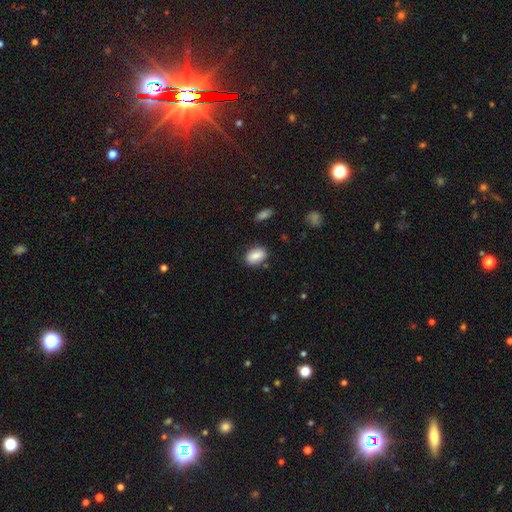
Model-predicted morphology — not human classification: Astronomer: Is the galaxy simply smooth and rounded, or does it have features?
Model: smooth — 82%.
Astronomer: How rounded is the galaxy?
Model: in between — 82%.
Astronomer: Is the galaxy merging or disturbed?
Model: none — 81%.